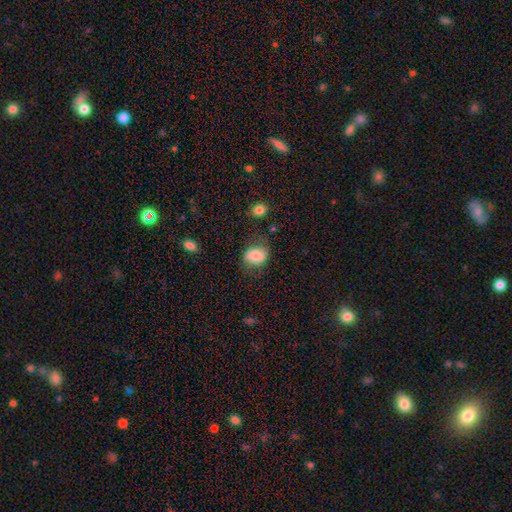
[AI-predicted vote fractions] Overall: smooth (70%). How rounded: in between (67%; round 32%). Merging: none (57%; minor disturbance 27%).